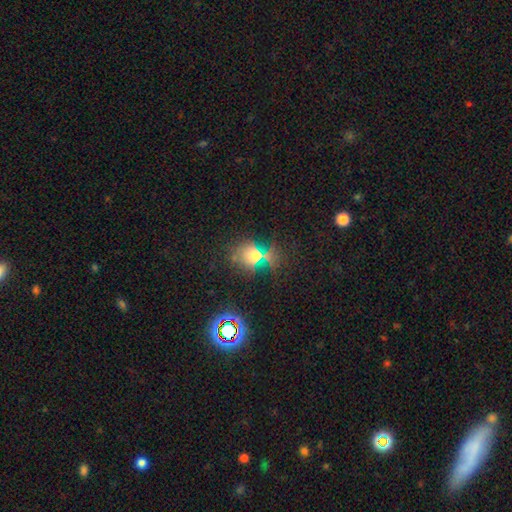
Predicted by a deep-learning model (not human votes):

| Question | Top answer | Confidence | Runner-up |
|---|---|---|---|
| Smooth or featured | smooth | 57% | star or artifact (31%) |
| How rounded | round | 63% | in between (34%) |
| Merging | none | 67% | minor disturbance (16%) |